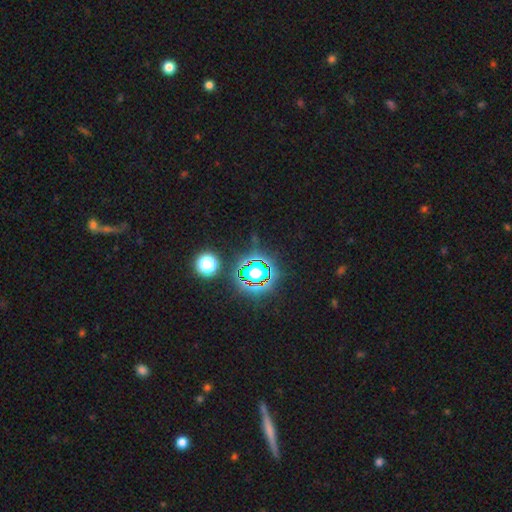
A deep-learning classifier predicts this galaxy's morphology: Smooth or featured? star or artifact (79%)